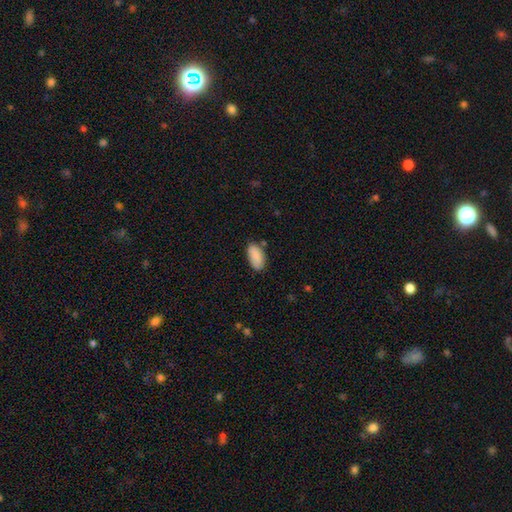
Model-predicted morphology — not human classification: The model was most divided on "merging": none: 78%, minor disturbance: 16%, major disturbance: 3%, merger: 3%. More confident: how rounded — in between (92%); smooth or featured — smooth (89%).